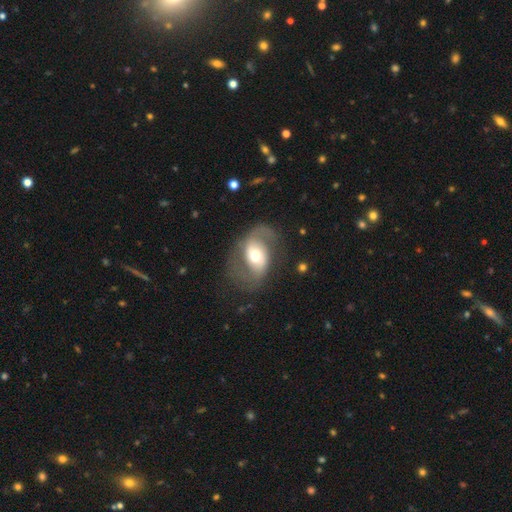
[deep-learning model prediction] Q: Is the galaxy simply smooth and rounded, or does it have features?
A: featured or disk — 77%.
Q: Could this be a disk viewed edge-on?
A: no — 97%.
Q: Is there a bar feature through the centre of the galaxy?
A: no — 43%.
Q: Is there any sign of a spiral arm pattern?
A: yes — 86%.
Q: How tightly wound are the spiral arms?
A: loose — 45%.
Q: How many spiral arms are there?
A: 2 — 87%.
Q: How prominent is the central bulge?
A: moderate — 65%.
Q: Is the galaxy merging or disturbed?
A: none — 63%.